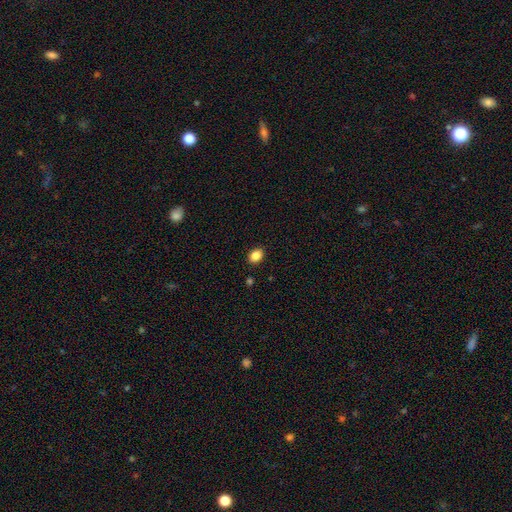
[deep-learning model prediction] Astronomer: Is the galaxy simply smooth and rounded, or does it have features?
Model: smooth — 87%.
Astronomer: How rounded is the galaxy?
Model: in between — 70%.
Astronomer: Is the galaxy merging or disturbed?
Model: none — 89%.